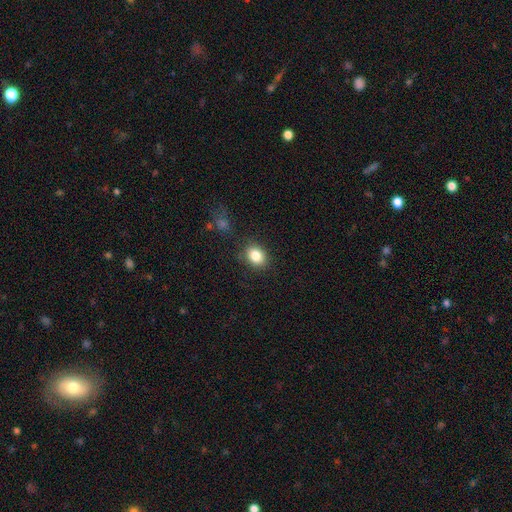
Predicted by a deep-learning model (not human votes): Smooth or featured?
  - smooth: 83% *
  - star or artifact: 9%
  - featured or disk: 7%
How rounded?
  - in between: 60% *
  - round: 39%
  - cigar-shaped: 1%
Merging?
  - none: 82% *
  - minor disturbance: 12%
  - major disturbance: 4%
  - merger: 2%